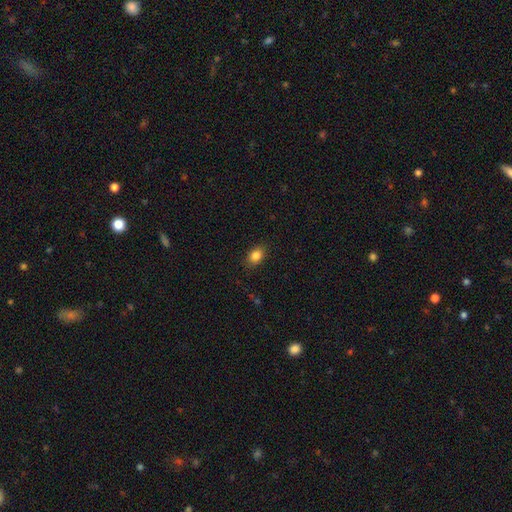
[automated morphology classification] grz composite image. It shows a smooth galaxy with no disk features (85%) that is in between round and cigar-shaped (75%). Merging: none (86%).